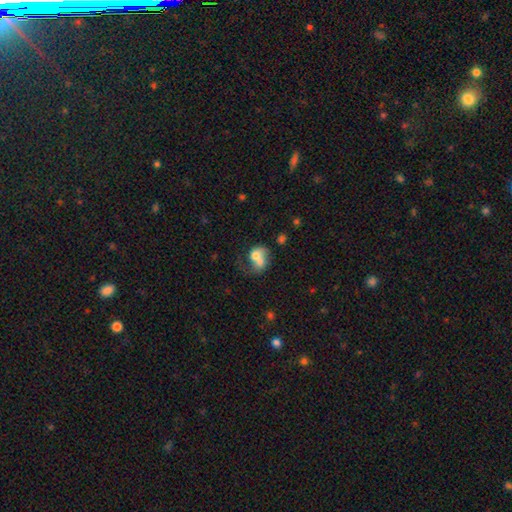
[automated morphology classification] A smooth galaxy with no disk features (59%) that is round (50%). Merging: merger (67%).